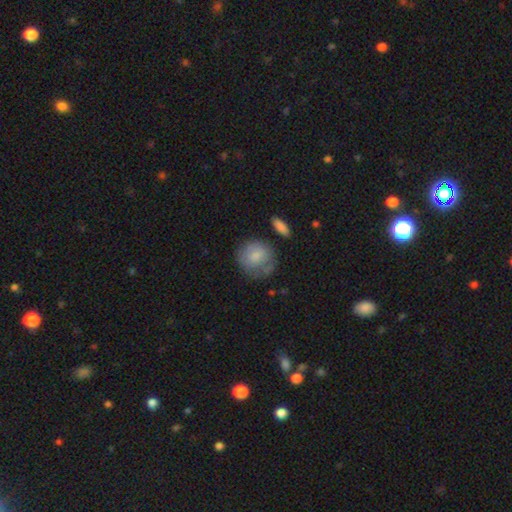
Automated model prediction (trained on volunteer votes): Smooth or featured? Predicted: smooth (p=0.73). How rounded? Predicted: round (p=0.84). Merging? Predicted: none (p=0.63).